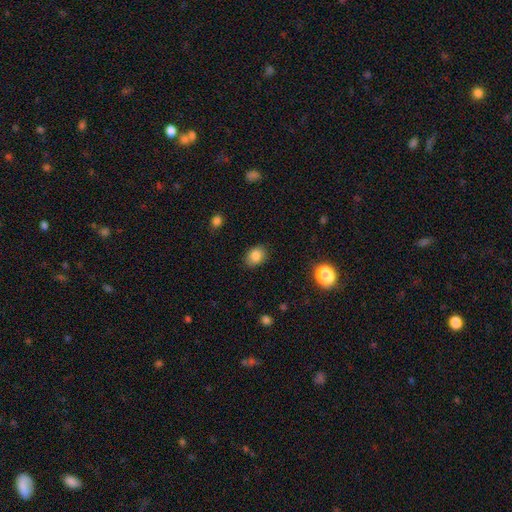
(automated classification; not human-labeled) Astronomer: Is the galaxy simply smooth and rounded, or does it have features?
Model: smooth — 85%.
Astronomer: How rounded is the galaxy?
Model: in between — 64%.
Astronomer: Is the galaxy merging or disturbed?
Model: none — 85%.